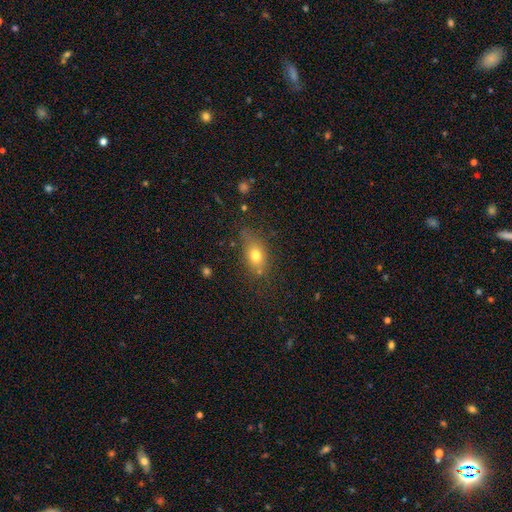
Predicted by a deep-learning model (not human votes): Smooth or featured: smooth — 73% (featured or disk — 13%)
How rounded: in between — 70% (round — 24%)
Merging: none — 67% (minor disturbance — 22%)